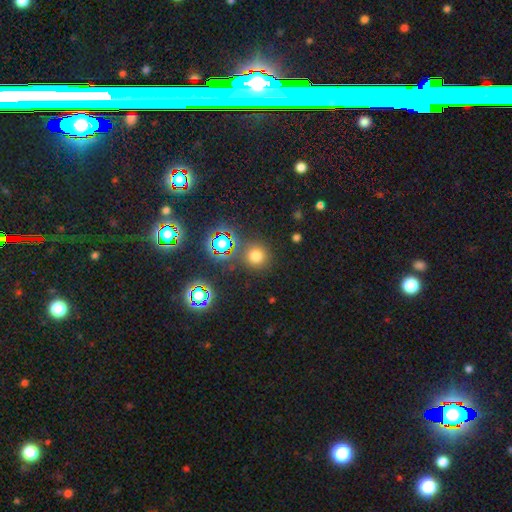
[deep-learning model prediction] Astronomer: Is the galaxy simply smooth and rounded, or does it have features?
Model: smooth — 65%.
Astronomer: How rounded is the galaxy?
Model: round — 93%.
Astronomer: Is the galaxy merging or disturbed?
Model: none — 83%.